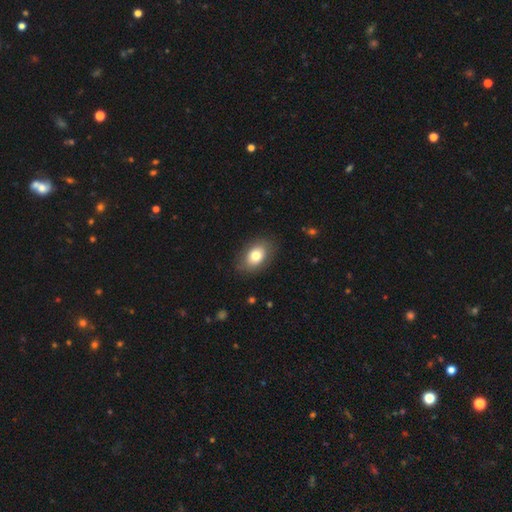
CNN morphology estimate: The model was most divided on "smooth or featured": smooth: 76%, featured or disk: 16%, star or artifact: 8%. More confident: how rounded — in between (84%); merging — none (83%).